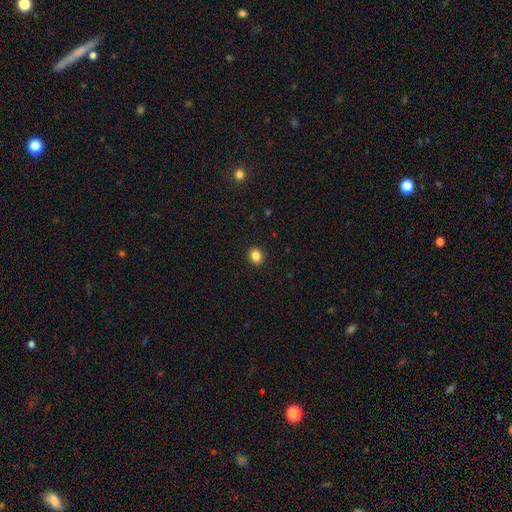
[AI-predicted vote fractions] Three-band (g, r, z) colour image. It shows a smooth galaxy with no disk features (85%) that is round (68%). Merging: none (92%).